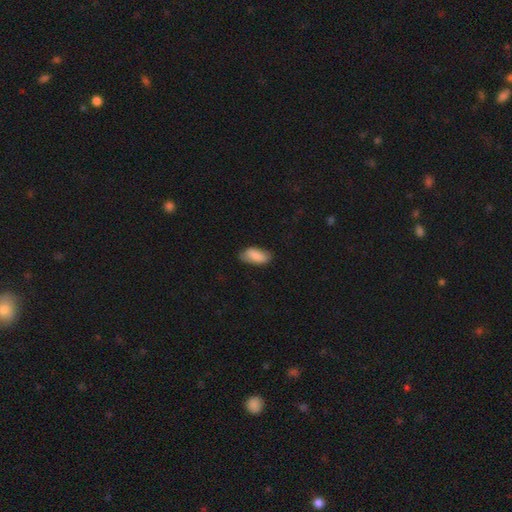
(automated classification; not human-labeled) Smooth or featured? Predicted: smooth (p=0.86). How rounded? Predicted: in between (p=0.91). Merging? Predicted: none (p=0.73).